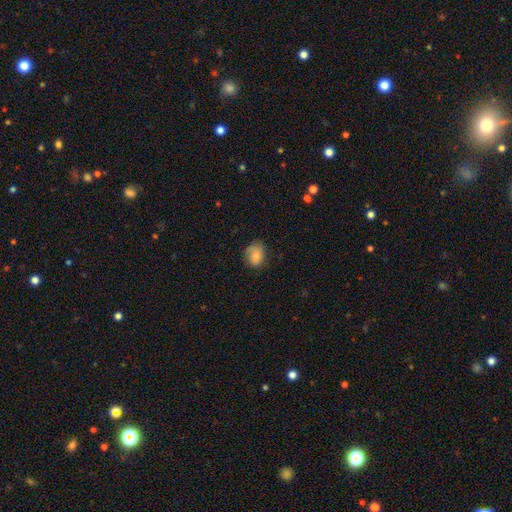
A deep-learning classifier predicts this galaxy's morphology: A smooth galaxy with no disk features (72%) that is round (53%). Merging: none (63%).